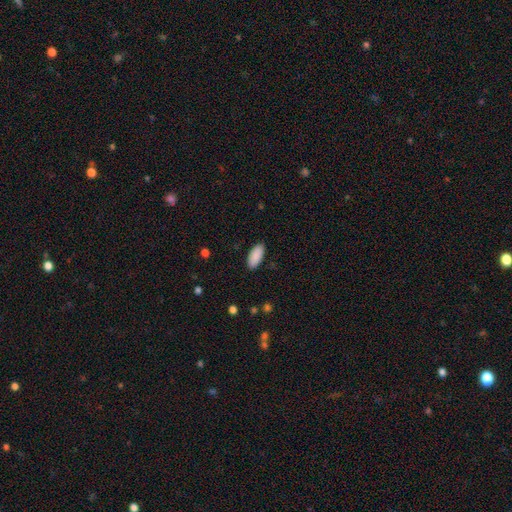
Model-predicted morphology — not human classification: This appears to be a smooth galaxy with no disk features (91%) that is in between round and cigar-shaped (88%). Merging: none (89%).